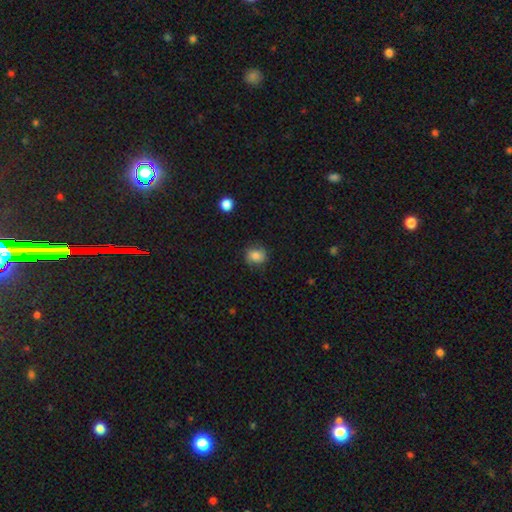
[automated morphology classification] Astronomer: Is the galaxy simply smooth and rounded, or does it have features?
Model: smooth — 81%.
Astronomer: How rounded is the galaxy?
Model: round — 69%.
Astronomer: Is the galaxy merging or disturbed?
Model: none — 77%.